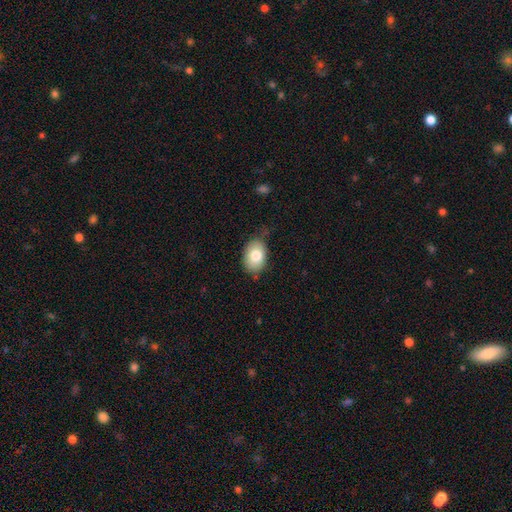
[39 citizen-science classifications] Volunteers were most divided on "merging": none: 76%, minor disturbance: 19%, major disturbance: 3%, merger: 3%. More confident: how rounded — in between (90%); smooth or featured — smooth (79%).